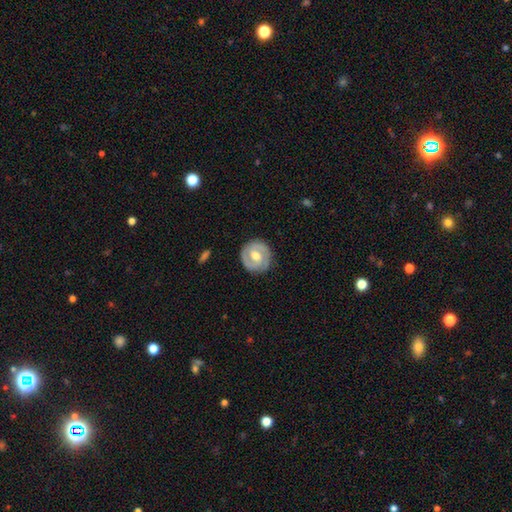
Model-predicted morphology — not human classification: Smooth or featured?
  - featured or disk: 79% *
  - smooth: 17%
  - star or artifact: 4%
Edge-on disk?
  - no: 97% *
  - yes: 3%
Bar?
  - weak: 47% *
  - no: 36%
  - strong: 17%
Spiral arms?
  - yes: 91% *
  - no: 9%
Spiral winding?
  - tight: 60% *
  - medium: 33%
  - loose: 7%
Spiral arm count?
  - 2: 88% *
  - can't tell: 6%
  - 1: 3%
  - 3: 2%
  - 4: 1%
  - more than 4: 1%
Bulge size?
  - moderate: 74% *
  - small: 15%
  - large: 8%
  - none: 1%
  - dominant: 1%
Merging?
  - none: 86% *
  - minor disturbance: 10%
  - major disturbance: 3%
  - merger: 1%